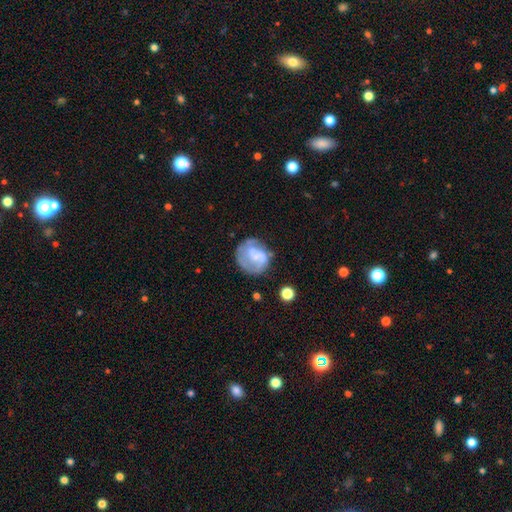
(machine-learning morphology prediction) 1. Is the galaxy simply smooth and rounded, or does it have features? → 54% featured or disk, 38% smooth, 8% star or artifact.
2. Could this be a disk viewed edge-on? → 98% no, 2% yes.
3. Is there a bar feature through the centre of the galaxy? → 69% no, 24% weak, 6% strong.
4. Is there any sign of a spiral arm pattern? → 62% yes, 38% no.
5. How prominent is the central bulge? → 45% none, 27% small, 18% moderate, 8% large, 2% dominant.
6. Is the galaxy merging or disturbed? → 51% none, 24% minor disturbance, 20% major disturbance, 5% merger.